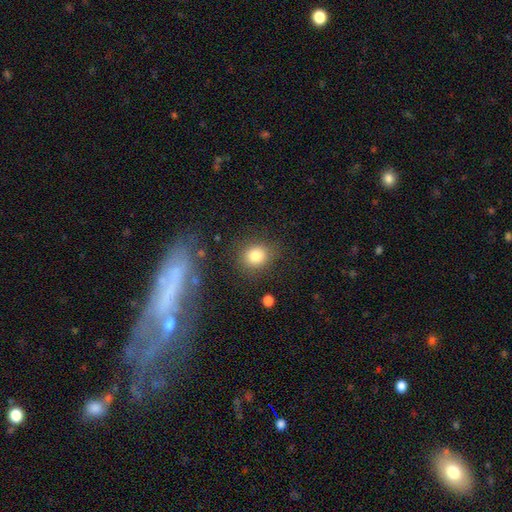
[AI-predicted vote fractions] The model was most divided on "how rounded": round: 75%, in between: 23%, cigar-shaped: 1%. More confident: smooth or featured — smooth (82%); merging — none (81%).